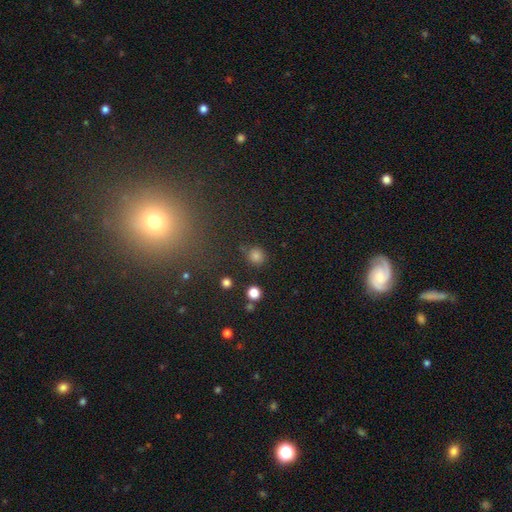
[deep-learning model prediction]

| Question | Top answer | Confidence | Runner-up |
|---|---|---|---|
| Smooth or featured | smooth | 80% | star or artifact (15%) |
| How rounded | round | 90% | in between (9%) |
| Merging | none | 84% | minor disturbance (9%) |